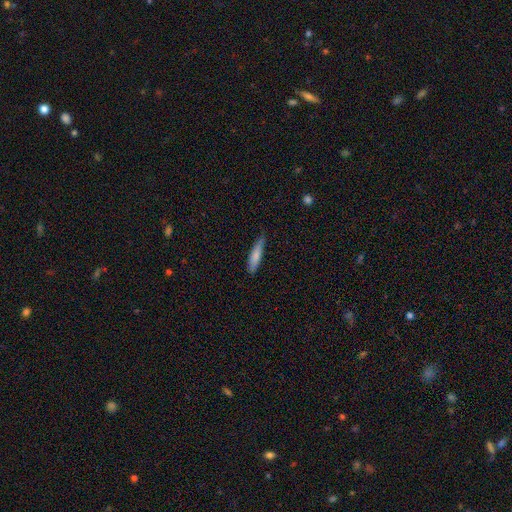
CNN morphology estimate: Q: Smooth or featured?
A: smooth (76%); runner-up: featured or disk (18%)
Q: How rounded?
A: cigar-shaped (84%); runner-up: in between (15%)
Q: Merging?
A: none (74%); runner-up: minor disturbance (21%)